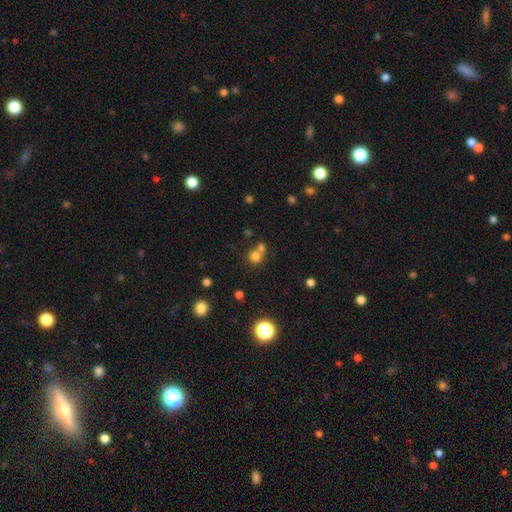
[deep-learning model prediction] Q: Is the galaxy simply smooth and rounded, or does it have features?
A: smooth — 73%.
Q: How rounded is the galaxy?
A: round — 84%.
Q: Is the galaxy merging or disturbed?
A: none — 46%.